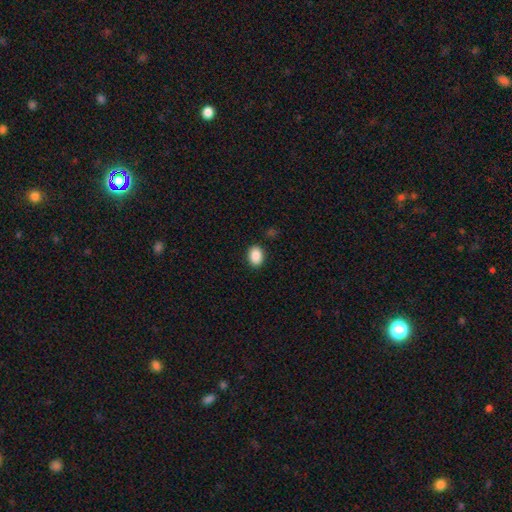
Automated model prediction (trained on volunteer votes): Smooth or featured? smooth (89%)
How rounded? in between (74%)
Merging? none (89%)